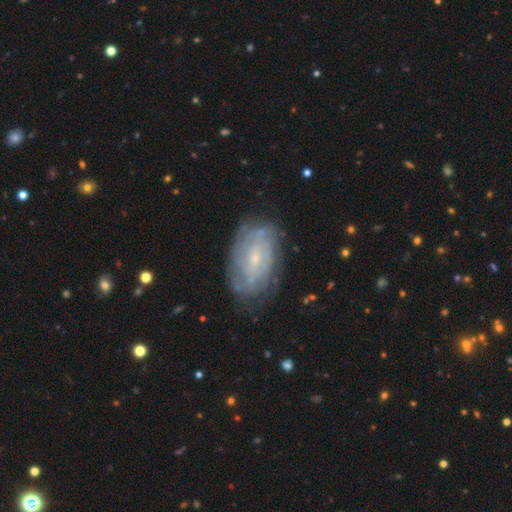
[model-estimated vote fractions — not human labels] smooth-or-featured: featured or disk: 64% | smooth: 24% | star or artifact: 12%
  disk-edge-on: no: 93% | yes: 7%
    bar: no: 51% | weak: 39% | strong: 10%
    has-spiral-arms: yes: 83% | no: 17%
    bulge-size: small: 70% | moderate: 23% | none: 4% | large: 2% | dominant: 1%
  merging: none: 79% | minor disturbance: 15% | major disturbance: 5% | merger: 1%